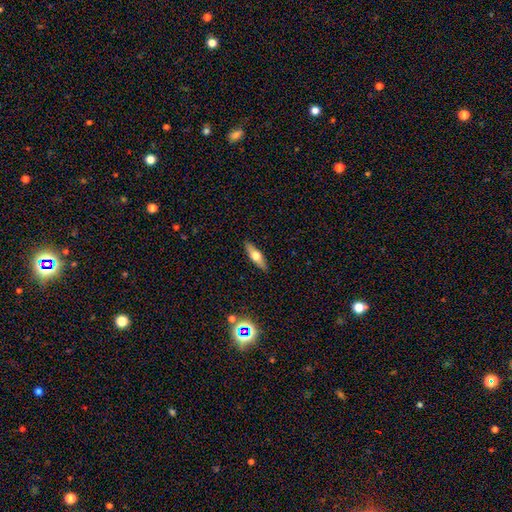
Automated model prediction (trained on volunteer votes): Smooth or featured?
  - featured or disk: 49% *
  - smooth: 44%
  - star or artifact: 8%
Merging?
  - none: 90% *
  - minor disturbance: 7%
  - major disturbance: 2%
  - merger: 1%